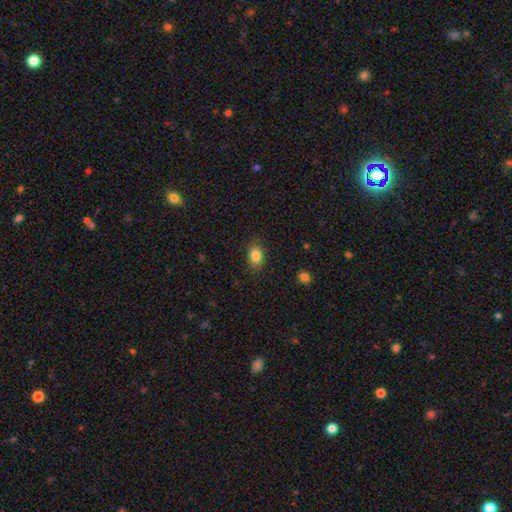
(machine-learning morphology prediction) This is clearly a smooth galaxy (84%). How rounded: likely in between (77%). Merging: clearly none (85%).